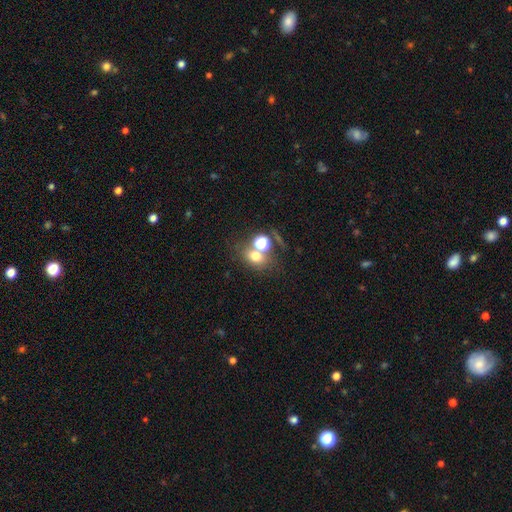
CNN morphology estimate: smooth_or_featured: smooth (p=0.66) [alt: star or artifact p=0.21]
how_rounded: round (p=0.54) [alt: in between p=0.44]
merging: none (p=0.49) [alt: merger p=0.35]